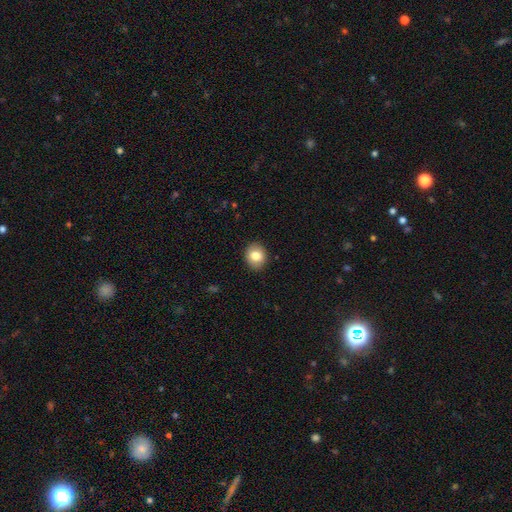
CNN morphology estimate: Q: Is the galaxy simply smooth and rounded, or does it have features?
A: smooth — 81%.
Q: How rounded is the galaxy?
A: round — 64%.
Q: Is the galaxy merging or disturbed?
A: none — 91%.